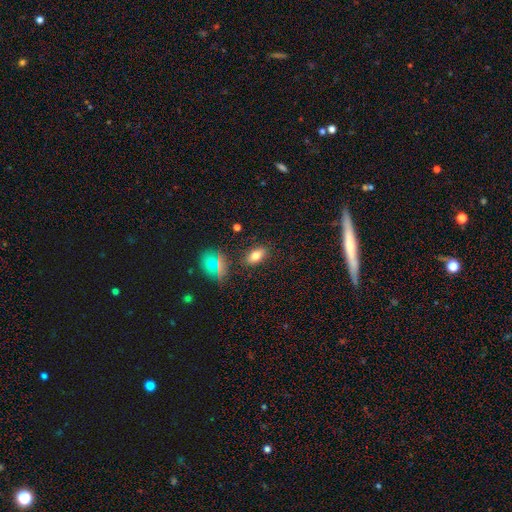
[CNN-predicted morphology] smooth_or_featured: smooth (p=0.75) [alt: star or artifact p=0.14]
how_rounded: in between (p=0.85) [alt: round p=0.10]
merging: none (p=0.83) [alt: minor disturbance p=0.10]